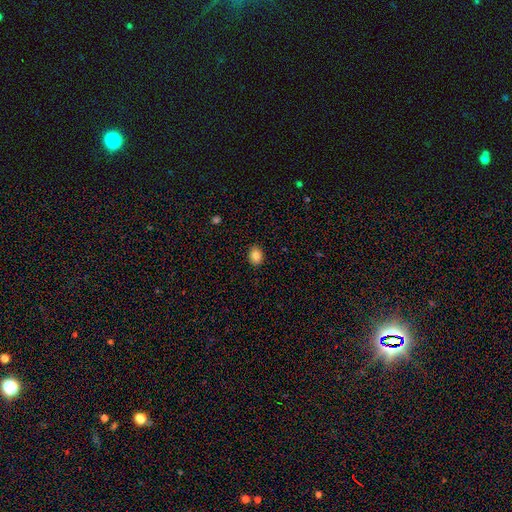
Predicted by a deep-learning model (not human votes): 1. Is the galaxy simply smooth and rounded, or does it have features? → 85% smooth, 9% star or artifact, 5% featured or disk.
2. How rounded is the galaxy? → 58% in between, 41% round, 1% cigar-shaped.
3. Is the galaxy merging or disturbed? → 89% none, 8% minor disturbance, 2% major disturbance, 1% merger.